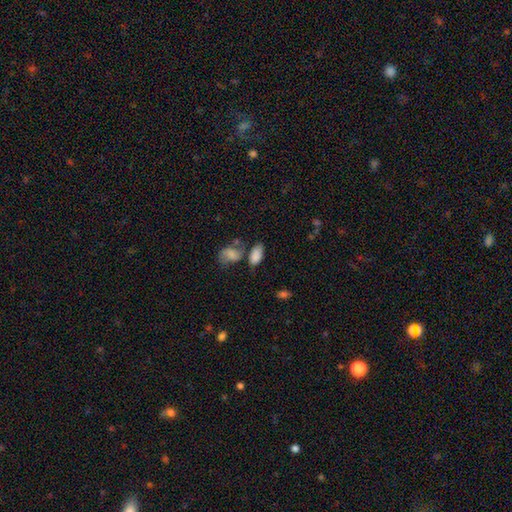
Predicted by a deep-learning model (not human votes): Smooth or featured: smooth — 82% (featured or disk — 9%)
How rounded: in between — 92% (round — 4%)
Merging: none — 49% (merger — 23%)